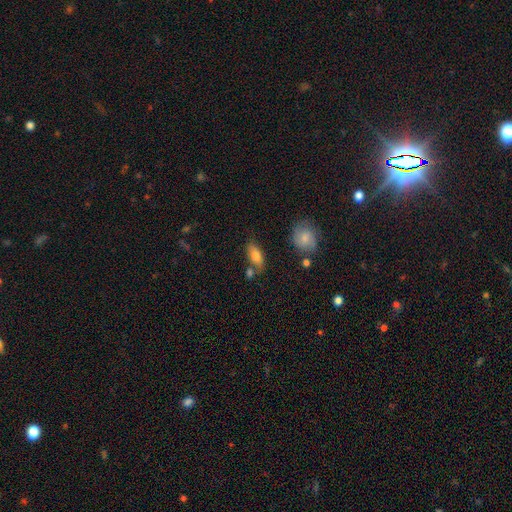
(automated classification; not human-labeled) A smooth galaxy with no disk features (80%) that is in between round and cigar-shaped (84%).

Vote fractions:
- Smooth or featured? smooth: 80% / featured or disk: 12% / star or artifact: 8%
- How rounded? in between: 84% / cigar-shaped: 12% / round: 4%
- Merging? none: 63% / minor disturbance: 19% / merger: 13% / major disturbance: 5%